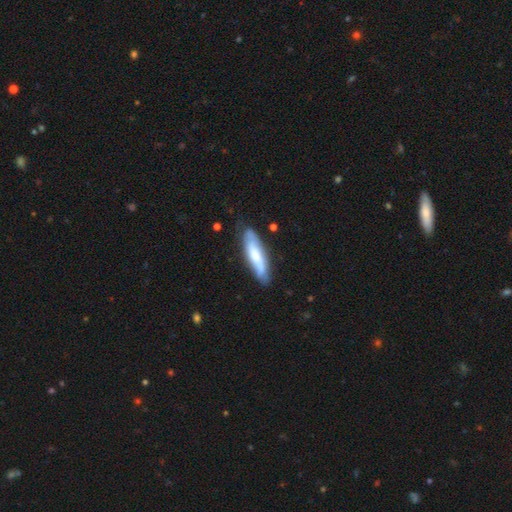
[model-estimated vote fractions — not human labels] This is possibly a smooth galaxy (52%). How rounded: likely cigar-shaped (65%). Merging: likely none (75%).